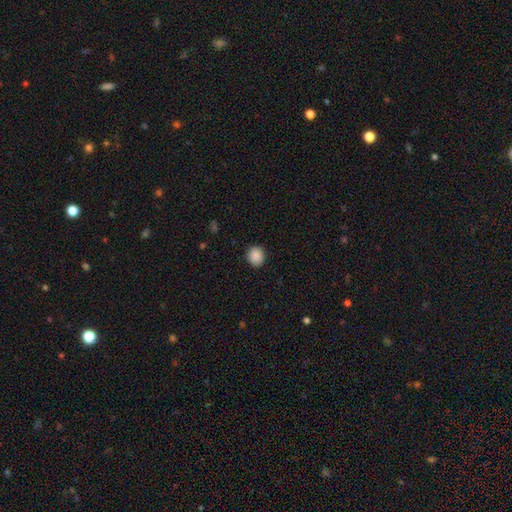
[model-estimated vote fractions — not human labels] Overall: smooth (89%). How rounded: round (78%). Merging: none (89%).